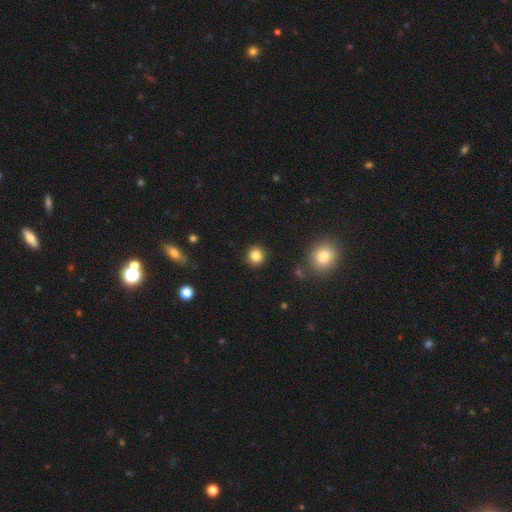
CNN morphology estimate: Smooth or featured? Predicted: smooth (p=0.84). How rounded? Predicted: round (p=0.93). Merging? Predicted: none (p=0.90).